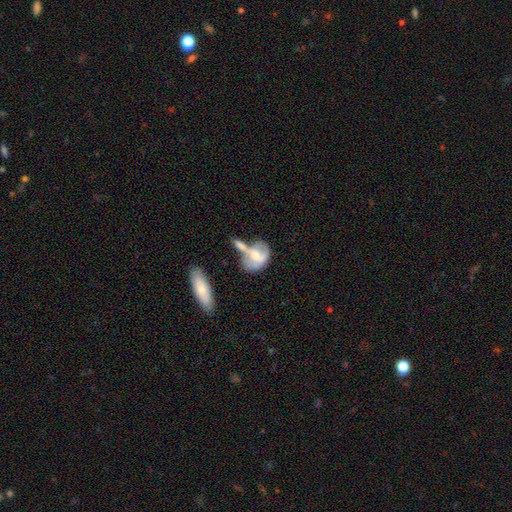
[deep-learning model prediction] smooth 49%, featured or disk 44%, star or artifact 7%. Down the decision tree: merging — merger (45%).